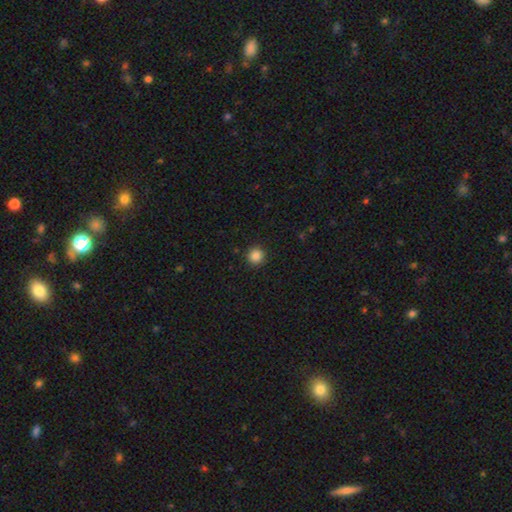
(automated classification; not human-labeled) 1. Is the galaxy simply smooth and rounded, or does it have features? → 86% smooth, 11% star or artifact, 3% featured or disk.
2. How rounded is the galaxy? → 95% round, 4% in between, 1% cigar-shaped.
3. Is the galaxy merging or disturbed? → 92% none, 6% minor disturbance, 2% major disturbance, 1% merger.